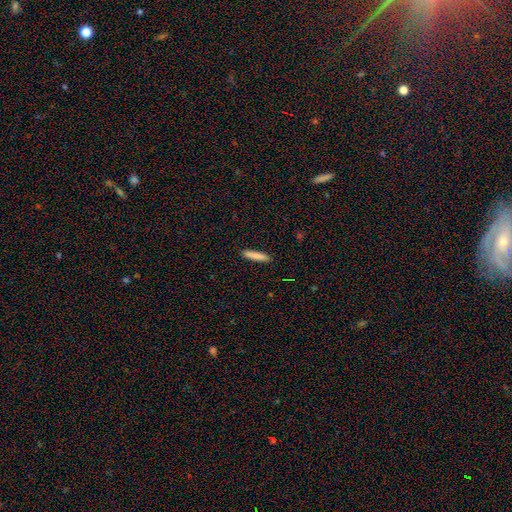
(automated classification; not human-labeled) Overall: smooth (85%). How rounded: cigar-shaped (90%). Merging: none (91%).